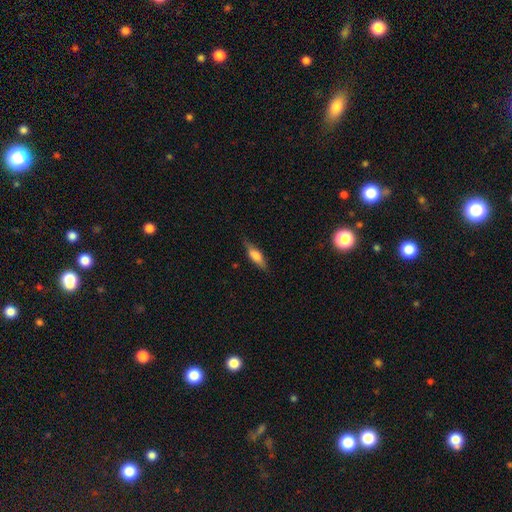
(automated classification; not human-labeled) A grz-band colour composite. It shows a smooth galaxy with no disk features (61%) that is cigar-shaped (52%). Merging: none (79%).